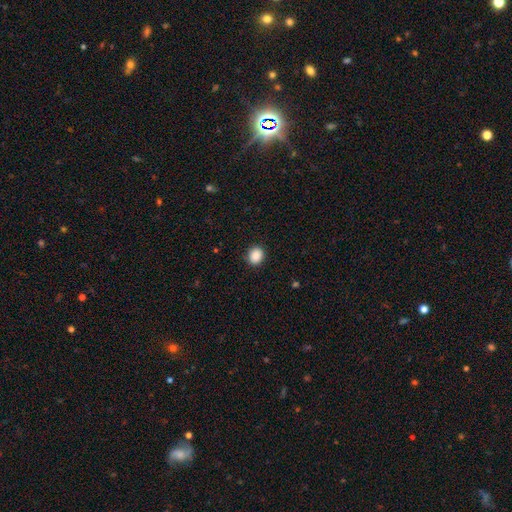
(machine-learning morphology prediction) smooth_or_featured: smooth (p=0.89) [alt: star or artifact p=0.09]
how_rounded: round (p=0.65) [alt: in between p=0.35]
merging: none (p=0.90) [alt: minor disturbance p=0.07]